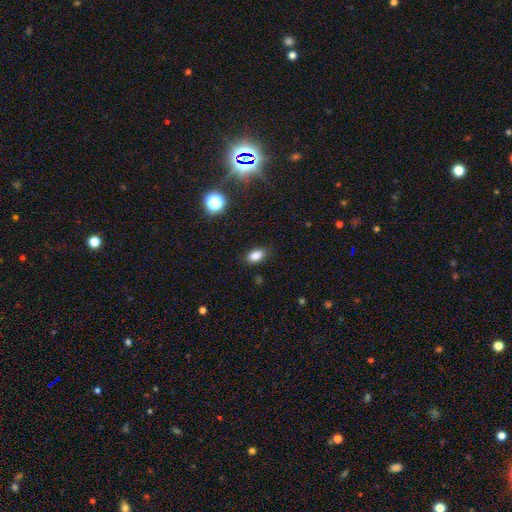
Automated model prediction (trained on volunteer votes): Smooth or featured?
  - smooth: 84% *
  - star or artifact: 12%
  - featured or disk: 5%
How rounded?
  - in between: 87% *
  - round: 10%
  - cigar-shaped: 3%
Merging?
  - none: 84% *
  - minor disturbance: 12%
  - major disturbance: 3%
  - merger: 1%